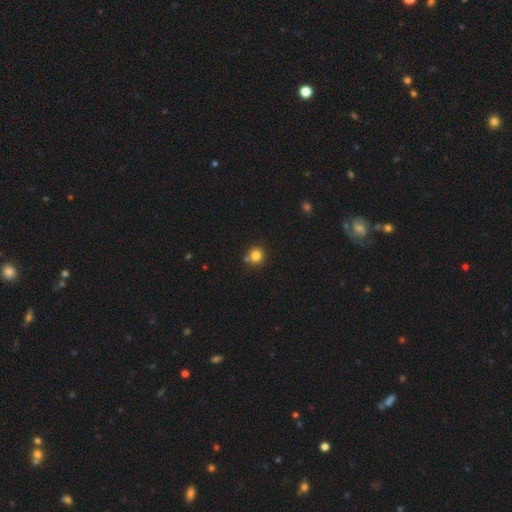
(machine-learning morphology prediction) This is clearly a smooth galaxy (81%). How rounded: clearly round (92%). Merging: likely none (76%).